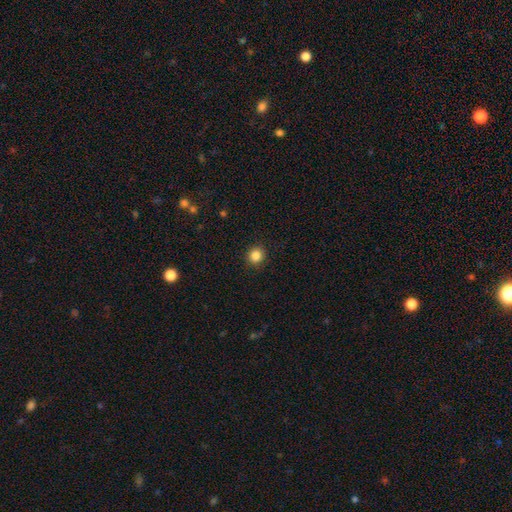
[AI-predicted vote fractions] smooth-or-featured: smooth: 85% | star or artifact: 11% | featured or disk: 4%
  how-rounded: round: 90% | in between: 9% | cigar-shaped: 1%
  merging: none: 91% | minor disturbance: 6% | major disturbance: 2% | merger: 1%